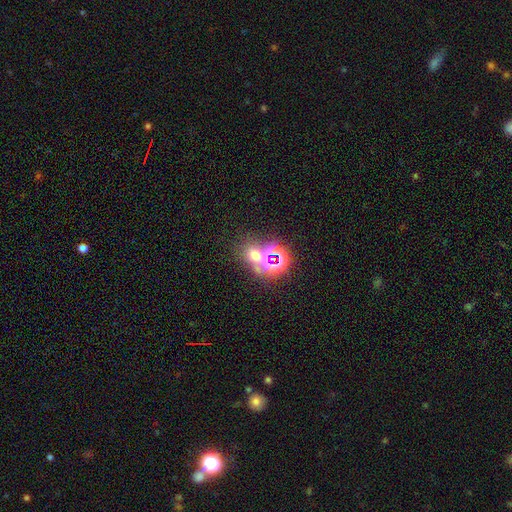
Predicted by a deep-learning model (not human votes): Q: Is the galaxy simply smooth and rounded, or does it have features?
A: star or artifact — 46%.